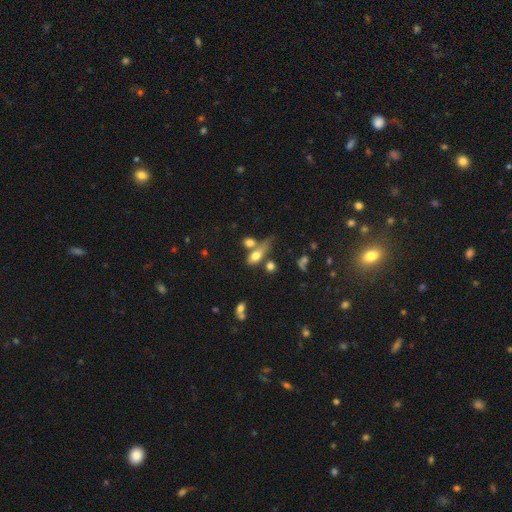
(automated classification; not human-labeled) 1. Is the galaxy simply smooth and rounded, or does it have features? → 68% smooth, 21% featured or disk, 11% star or artifact.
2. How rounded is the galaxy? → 70% in between, 22% cigar-shaped, 9% round.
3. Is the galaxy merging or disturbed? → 38% none, 35% merger, 17% minor disturbance, 11% major disturbance.